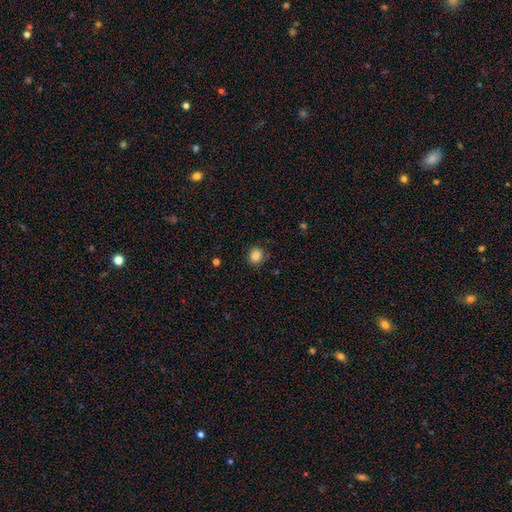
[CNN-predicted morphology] Q: Smooth or featured?
A: smooth (85%); runner-up: star or artifact (11%)
Q: How rounded?
A: round (82%); runner-up: in between (17%)
Q: Merging?
A: none (87%); runner-up: minor disturbance (9%)